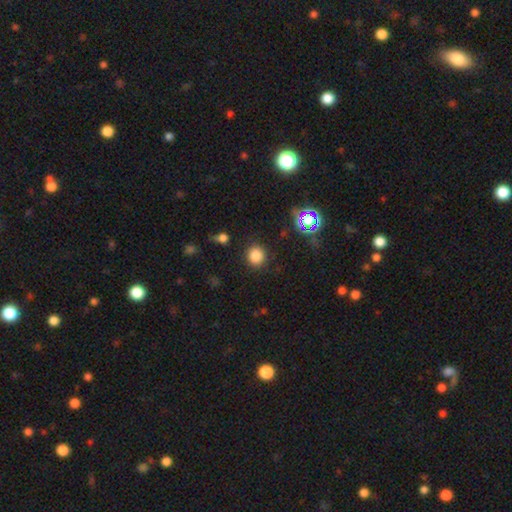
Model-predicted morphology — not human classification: type=smooth (80%); roundness=round (87%); merging=none (86%).